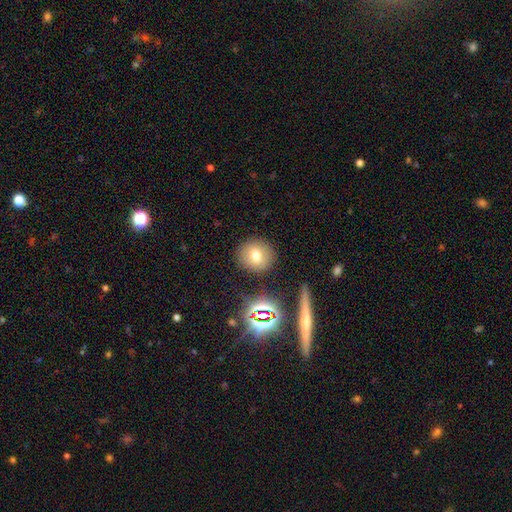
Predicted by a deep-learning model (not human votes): smooth 70%, star or artifact 15%, featured or disk 15%. Down the decision tree: how rounded — round (87%); merging — none (86%).